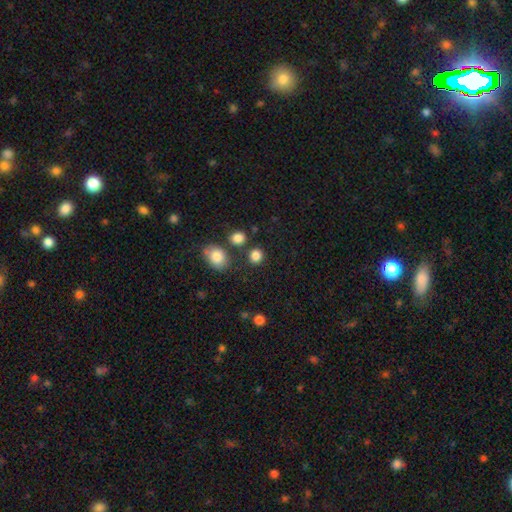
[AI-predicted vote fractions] Morphology: type=smooth (84%); roundness=round (82%); merging=none (79%).